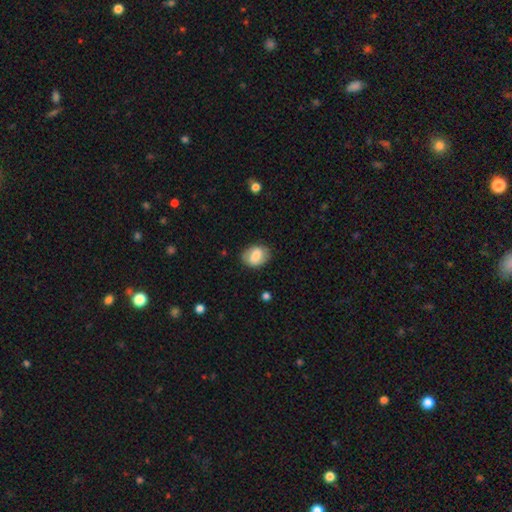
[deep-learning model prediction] The model was most divided on "how rounded": in between: 72%, round: 26%, cigar-shaped: 1%. More confident: merging — none (79%); smooth or featured — smooth (72%).